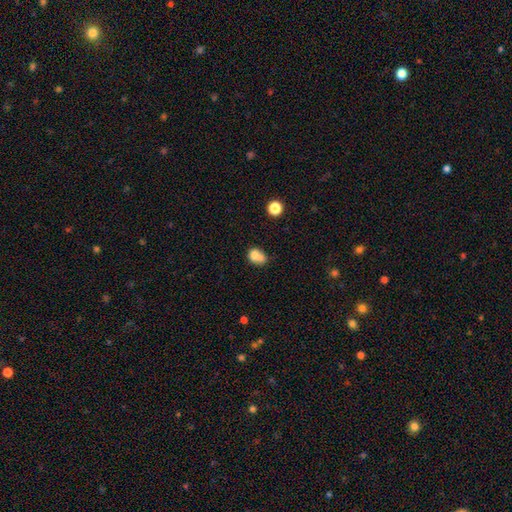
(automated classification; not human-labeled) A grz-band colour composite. It shows a smooth galaxy with no disk features (75%) that is in between round and cigar-shaped (61%). Merging: merger (35%).